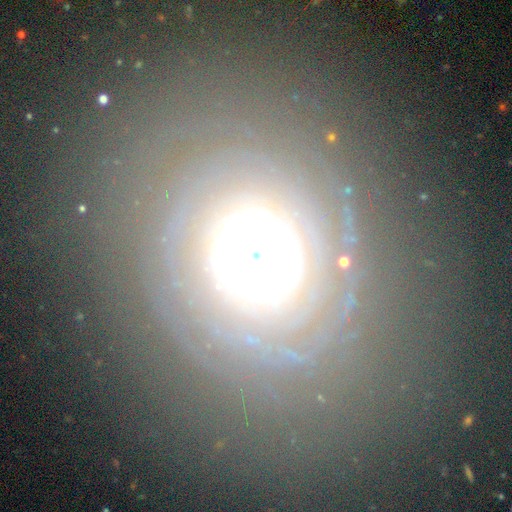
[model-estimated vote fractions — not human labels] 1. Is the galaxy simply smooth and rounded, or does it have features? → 70% featured or disk, 20% smooth, 10% star or artifact.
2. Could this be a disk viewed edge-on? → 93% no, 7% yes.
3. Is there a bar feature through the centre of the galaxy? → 82% no, 12% weak, 7% strong.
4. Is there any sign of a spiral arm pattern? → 62% yes, 38% no.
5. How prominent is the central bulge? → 47% moderate, 35% large, 10% small, 6% dominant, 2% none.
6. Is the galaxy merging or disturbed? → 77% none, 12% minor disturbance, 8% major disturbance, 2% merger.